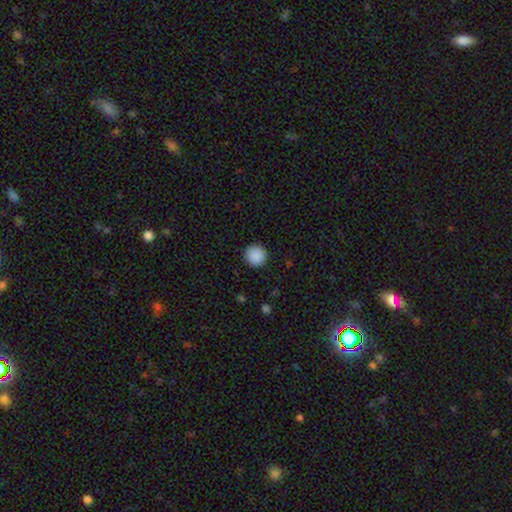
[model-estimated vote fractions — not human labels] This appears to be a smooth galaxy with no disk features (89%) that is round (95%). Merging: none (92%).